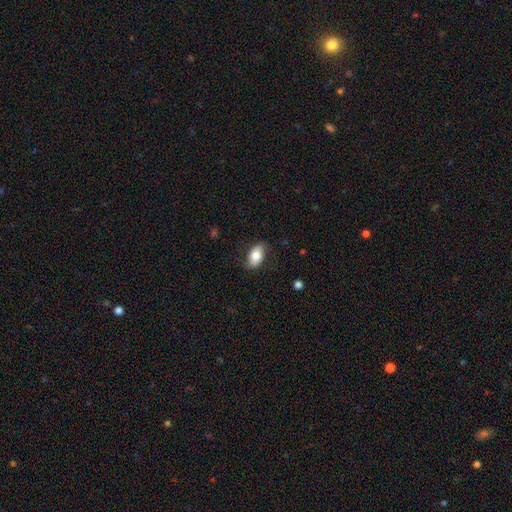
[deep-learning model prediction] smooth-or-featured: smooth: 73% | featured or disk: 20% | star or artifact: 6%
  how-rounded: in between: 92% | round: 5% | cigar-shaped: 3%
  merging: none: 77% | minor disturbance: 17% | major disturbance: 5% | merger: 1%